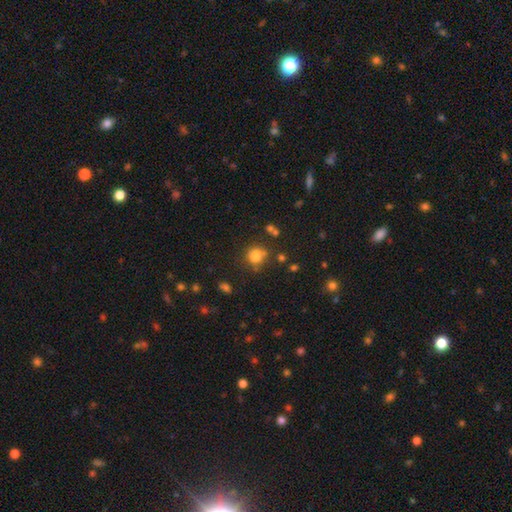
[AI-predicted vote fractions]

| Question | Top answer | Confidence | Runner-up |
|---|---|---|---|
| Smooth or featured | smooth | 77% | star or artifact (15%) |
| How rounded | round | 74% | in between (25%) |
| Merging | none | 61% | minor disturbance (17%) |